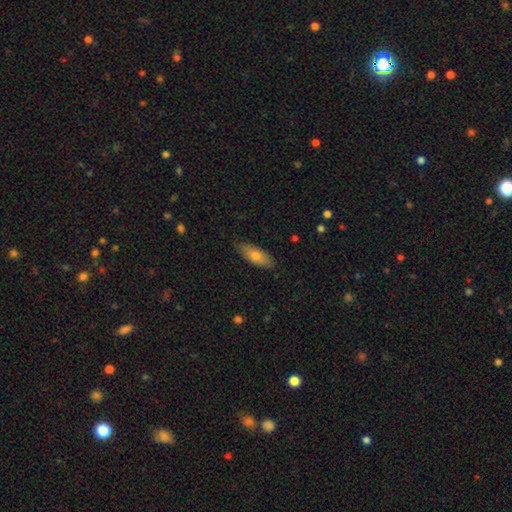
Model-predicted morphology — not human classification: Smooth or featured: smooth — 72% (featured or disk — 22%)
How rounded: in between — 77% (cigar-shaped — 20%)
Merging: none — 83% (minor disturbance — 14%)